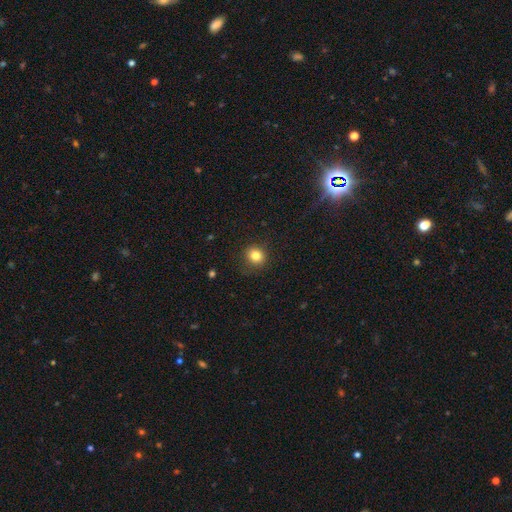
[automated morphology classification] This appears to be a smooth galaxy with no disk features (82%) that is round (84%). Merging: none (86%).